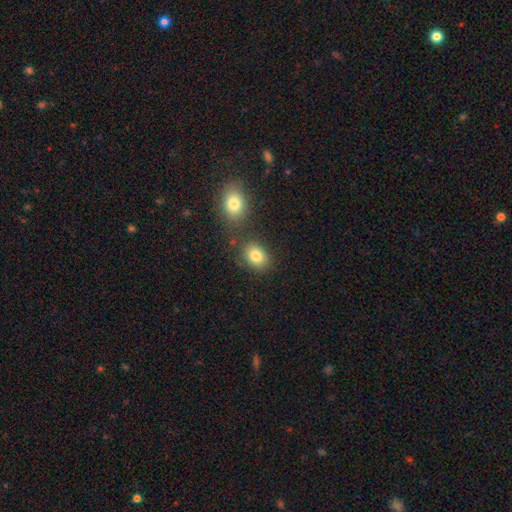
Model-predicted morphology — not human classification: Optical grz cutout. It shows a smooth galaxy with no disk features (82%) that is in between round and cigar-shaped (60%). Merging: none (68%).